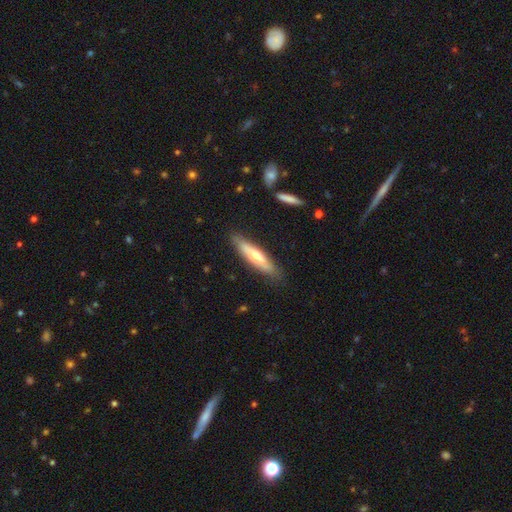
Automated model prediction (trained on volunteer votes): Smooth or featured? smooth (48%)
Merging? none (84%)